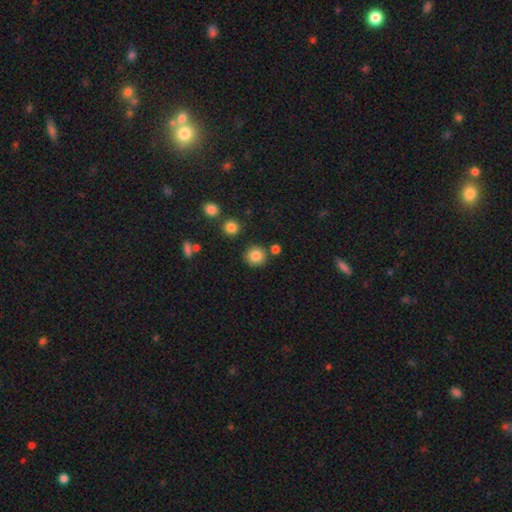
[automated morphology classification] Q: Smooth or featured?
A: smooth (84%); runner-up: star or artifact (10%)
Q: How rounded?
A: round (92%); runner-up: in between (7%)
Q: Merging?
A: none (84%); runner-up: minor disturbance (8%)